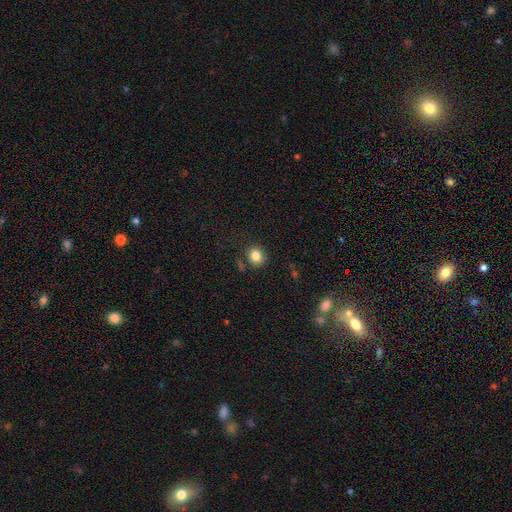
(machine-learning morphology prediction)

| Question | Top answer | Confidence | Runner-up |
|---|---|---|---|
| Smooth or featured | smooth | 84% | star or artifact (11%) |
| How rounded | round | 73% | in between (26%) |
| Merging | none | 82% | minor disturbance (11%) |